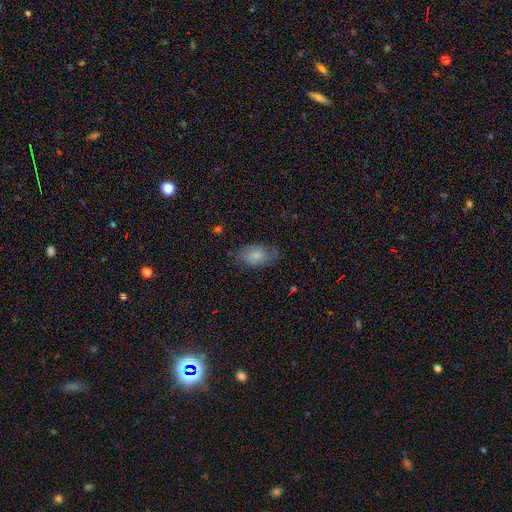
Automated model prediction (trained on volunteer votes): Q: Smooth or featured?
A: smooth (66%); runner-up: featured or disk (26%)
Q: How rounded?
A: in between (90%); runner-up: round (8%)
Q: Merging?
A: none (66%); runner-up: minor disturbance (25%)